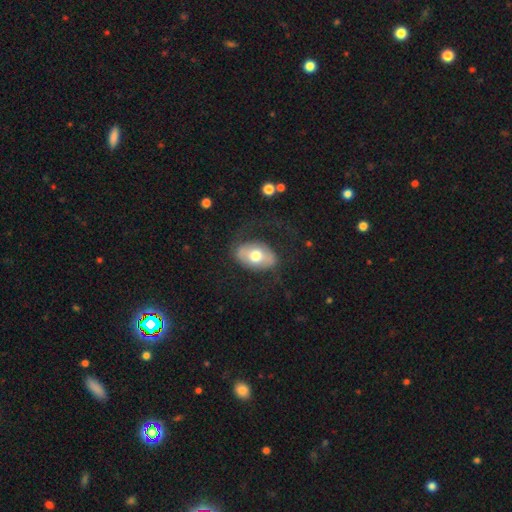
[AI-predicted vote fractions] The model was most divided on "smooth or featured": smooth: 56%, featured or disk: 38%, star or artifact: 6%. More confident: how rounded — in between (87%); merging — none (70%).